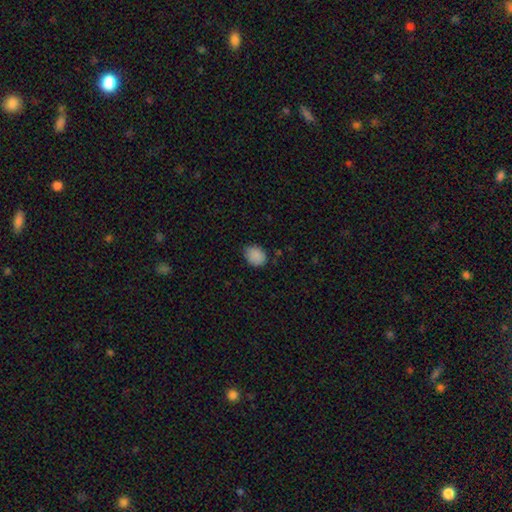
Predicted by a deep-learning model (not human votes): This is clearly a smooth galaxy (88%). How rounded: possibly in between (56%). Merging: likely none (77%).